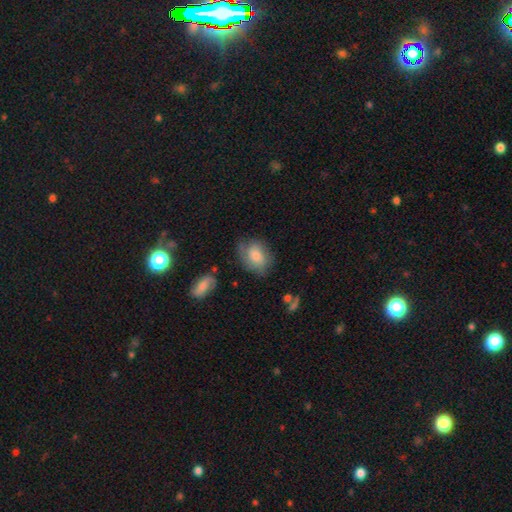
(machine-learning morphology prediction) type=smooth (69%); roundness=in between (61%); merging=none (62%).